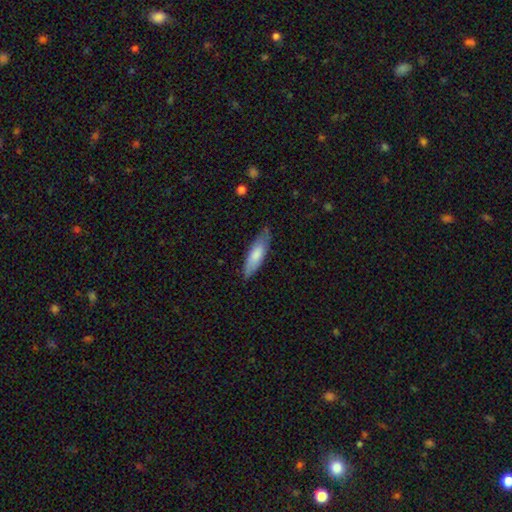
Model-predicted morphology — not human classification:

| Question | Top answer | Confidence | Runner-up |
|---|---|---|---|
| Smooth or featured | smooth | 76% | featured or disk (19%) |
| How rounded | in between | 52% | cigar-shaped (47%) |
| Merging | none | 71% | minor disturbance (24%) |